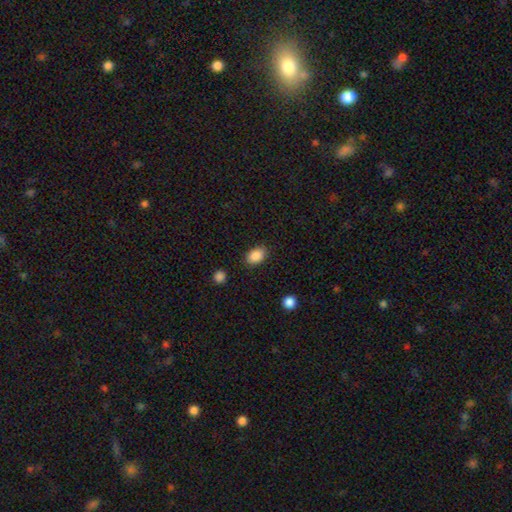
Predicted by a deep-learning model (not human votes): smooth-or-featured: smooth: 88% | star or artifact: 8% | featured or disk: 4%
  how-rounded: in between: 83% | round: 15% | cigar-shaped: 1%
  merging: none: 84% | minor disturbance: 12% | major disturbance: 3% | merger: 1%